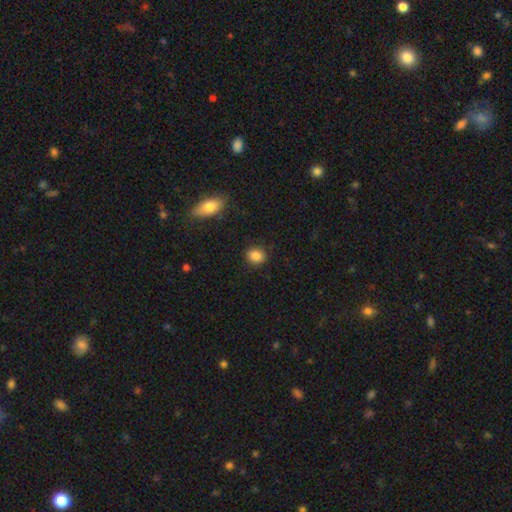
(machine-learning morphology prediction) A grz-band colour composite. It shows a smooth galaxy with no disk features (86%) that is round (70%). Merging: none (89%).